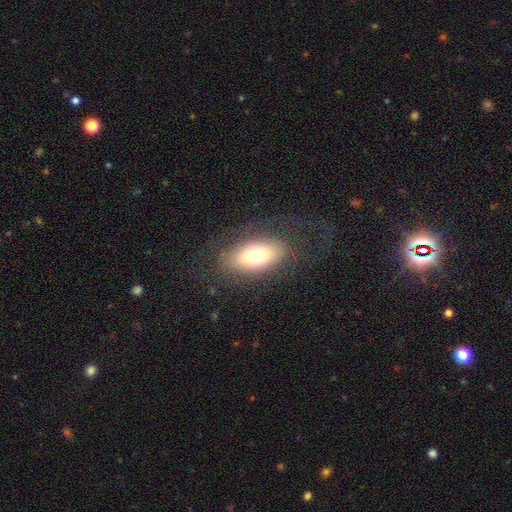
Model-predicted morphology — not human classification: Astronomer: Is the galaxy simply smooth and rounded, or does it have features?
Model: smooth — 70%.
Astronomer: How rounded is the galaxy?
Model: in between — 89%.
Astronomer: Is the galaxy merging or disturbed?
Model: none — 75%.